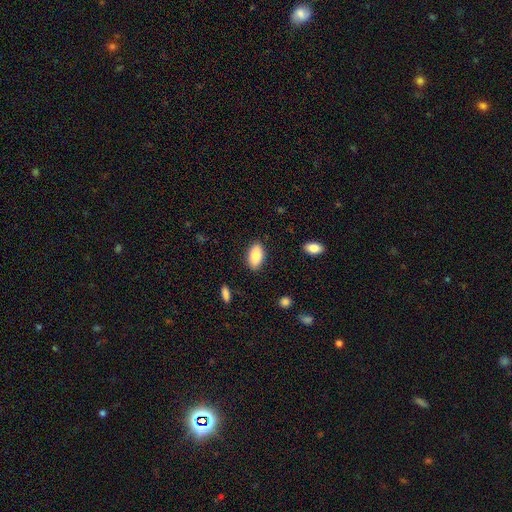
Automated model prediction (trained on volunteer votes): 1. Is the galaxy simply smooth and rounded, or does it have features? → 86% smooth, 7% featured or disk, 7% star or artifact.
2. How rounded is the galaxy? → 94% in between, 3% cigar-shaped, 3% round.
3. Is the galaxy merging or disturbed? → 87% none, 10% minor disturbance, 2% major disturbance, 1% merger.